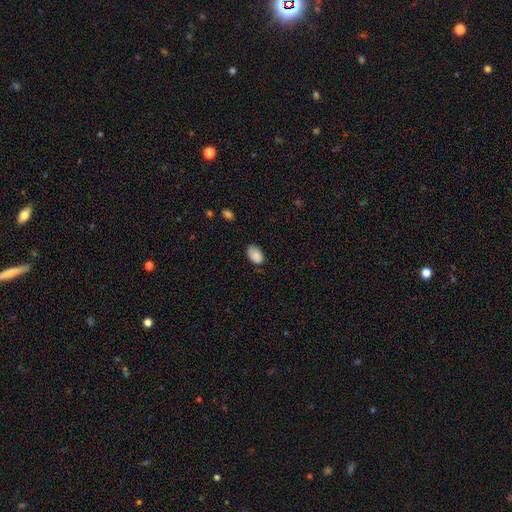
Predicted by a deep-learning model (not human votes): Morphology: type=smooth (88%); roundness=in between (91%); merging=none (68%).